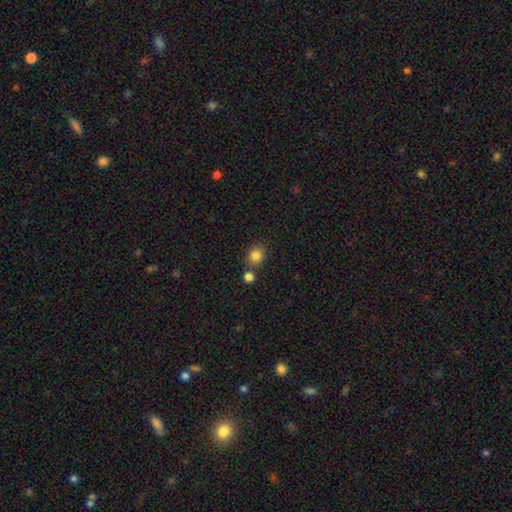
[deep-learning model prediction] smooth-or-featured: smooth: 84% | star or artifact: 11% | featured or disk: 5%
  how-rounded: round: 67% | in between: 32% | cigar-shaped: 1%
  merging: none: 71% | merger: 16% | minor disturbance: 10% | major disturbance: 3%